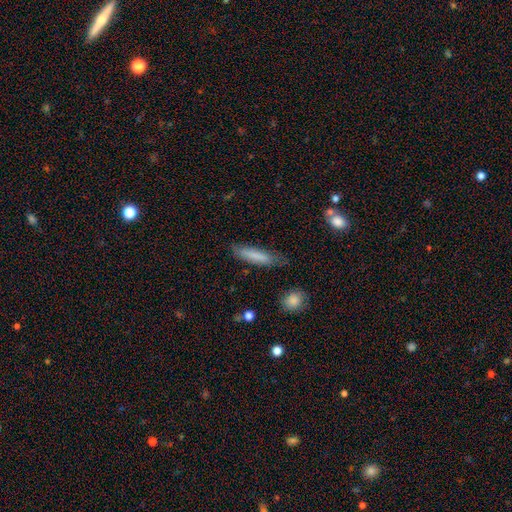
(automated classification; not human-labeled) This is likely a smooth galaxy (77%). How rounded: clearly cigar-shaped (81%). Merging: likely none (75%).